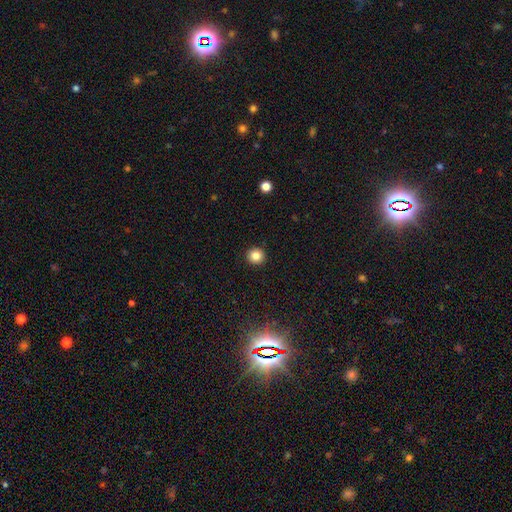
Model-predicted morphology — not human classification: This is clearly a smooth galaxy (84%). How rounded: clearly round (93%). Merging: clearly none (93%).